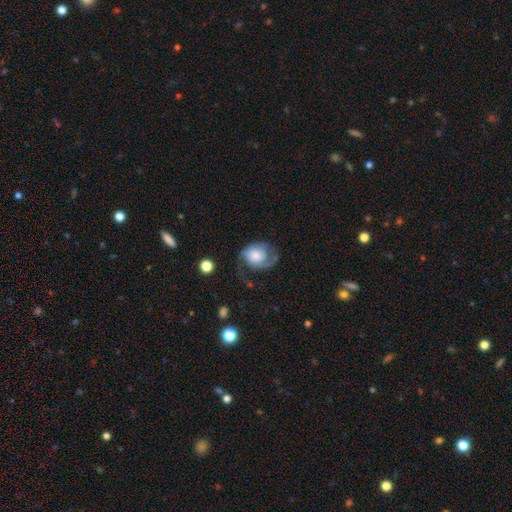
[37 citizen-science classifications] Smooth or featured?
  - featured or disk: 51% *
  - smooth: 43%
  - star or artifact: 5%
Edge-on disk?
  - no: 100% *
  - yes: 0%
Bar?
  - no: 84% *
  - weak: 16%
  - strong: 0%
Spiral arms?
  - yes: 84% *
  - no: 16%
Spiral winding?
  - medium: 38% *
  - tight: 31%
  - loose: 31%
Spiral arm count?
  - 2: 62% *
  - 1: 25%
  - 3: 6%
  - can't tell: 6%
  - 4: 0%
  - more than 4: 0%
Bulge size?
  - small: 47% *
  - moderate: 21%
  - large: 16%
  - none: 11%
  - dominant: 5%
Merging?
  - major disturbance: 57% *
  - minor disturbance: 26%
  - none: 14%
  - merger: 3%